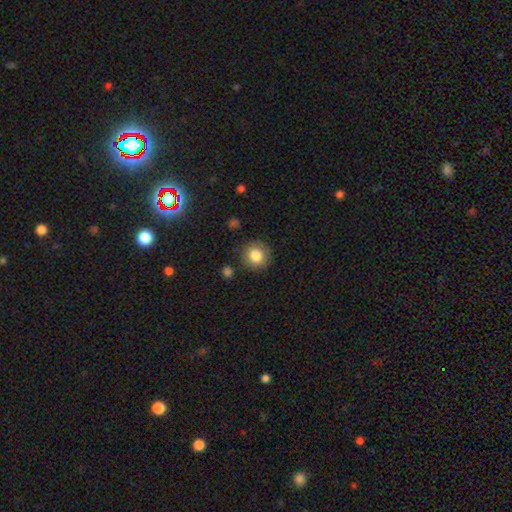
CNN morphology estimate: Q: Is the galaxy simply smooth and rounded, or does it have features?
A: smooth — 83%.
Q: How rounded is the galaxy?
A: round — 93%.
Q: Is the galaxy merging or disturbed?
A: none — 87%.